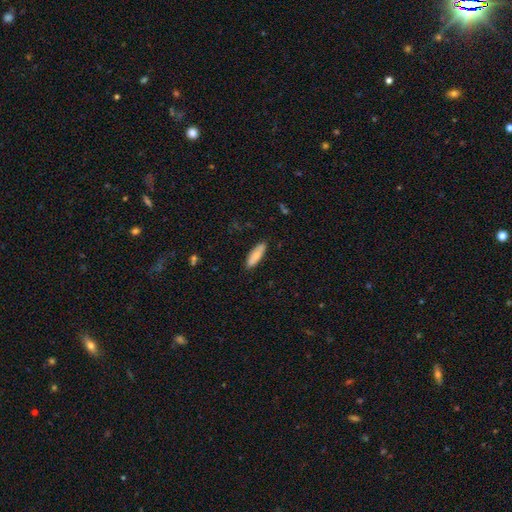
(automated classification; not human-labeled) smooth-or-featured: smooth: 77% | featured or disk: 17% | star or artifact: 6%
  how-rounded: in between: 50% | cigar-shaped: 48% | round: 2%
  merging: none: 86% | minor disturbance: 10% | major disturbance: 2% | merger: 1%